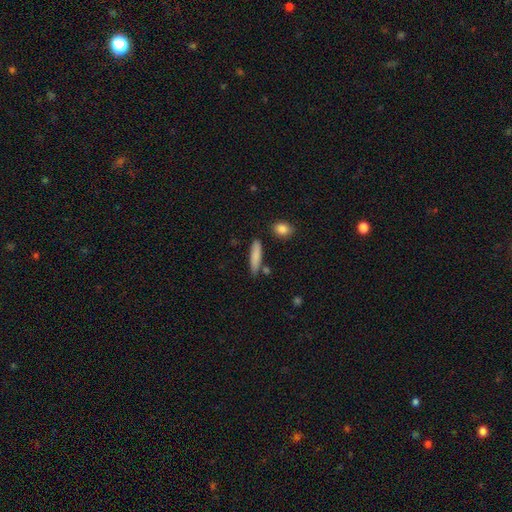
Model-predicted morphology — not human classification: The model was most divided on "merging": none: 77%, minor disturbance: 15%, merger: 5%, major disturbance: 3%. More confident: smooth or featured — smooth (83%); how rounded — cigar-shaped (80%).